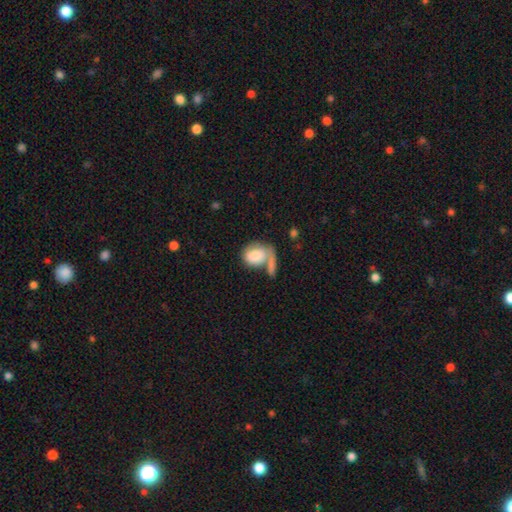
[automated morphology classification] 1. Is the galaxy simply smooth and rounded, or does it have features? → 70% smooth, 24% featured or disk, 6% star or artifact.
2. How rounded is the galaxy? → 56% in between, 42% round, 2% cigar-shaped.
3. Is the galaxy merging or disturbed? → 36% merger, 33% none, 16% major disturbance, 15% minor disturbance.